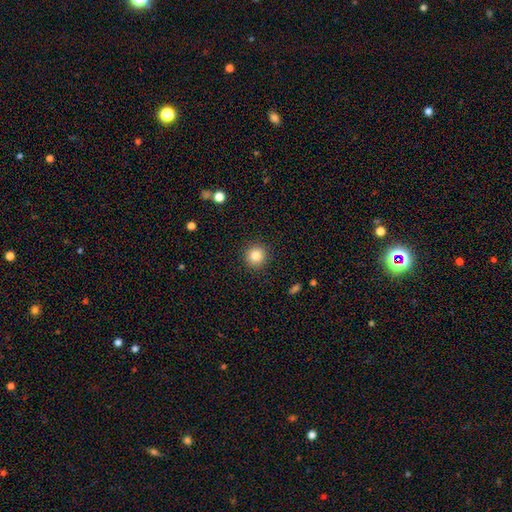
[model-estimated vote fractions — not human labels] This appears to be a smooth galaxy with no disk features (83%) that is round (93%). Merging: none (91%).